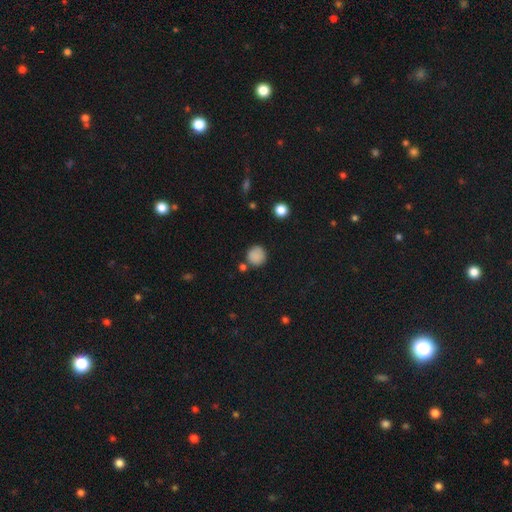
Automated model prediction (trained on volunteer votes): Smooth or featured: smooth — 85% (star or artifact — 11%)
How rounded: round — 92% (in between — 7%)
Merging: none — 79% (minor disturbance — 12%)